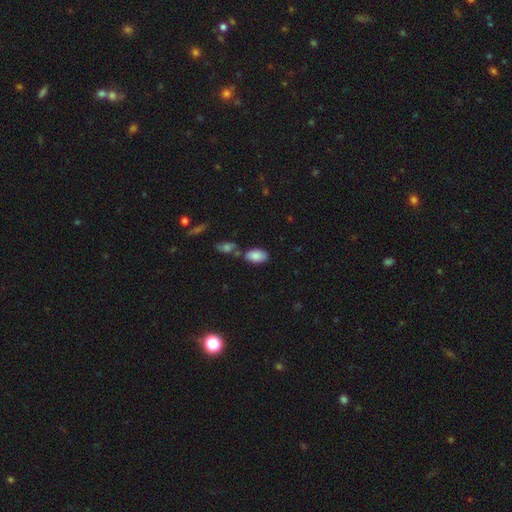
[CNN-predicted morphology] smooth 86%, star or artifact 7%, featured or disk 7%. Down the decision tree: how rounded — in between (94%); merging — none (68%).